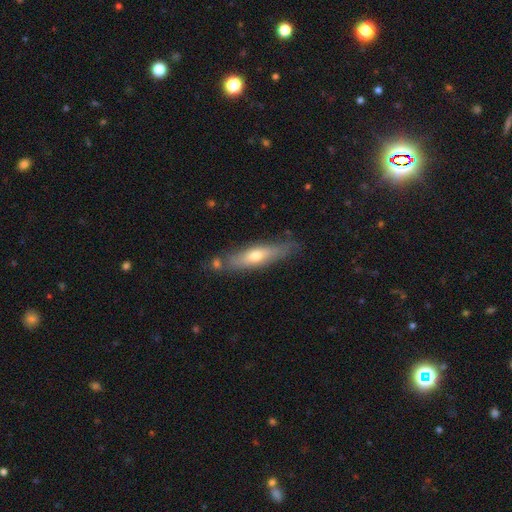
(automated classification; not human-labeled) Morphology: type=smooth (52%); roundness=cigar-shaped (67%); merging=none (71%).